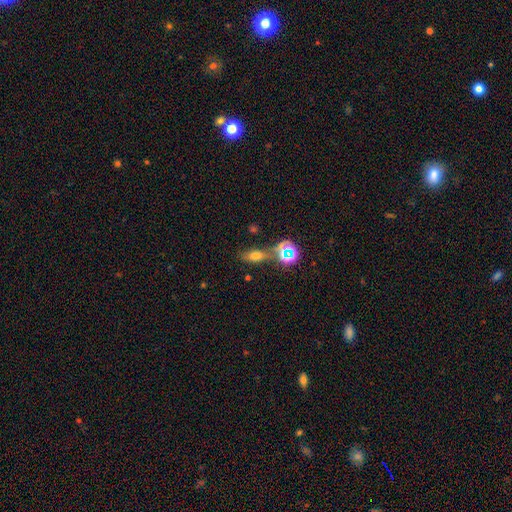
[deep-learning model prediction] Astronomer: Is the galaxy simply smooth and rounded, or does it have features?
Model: smooth — 54%.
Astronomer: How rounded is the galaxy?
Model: in between — 66%.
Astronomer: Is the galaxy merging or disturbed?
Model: none — 61%.